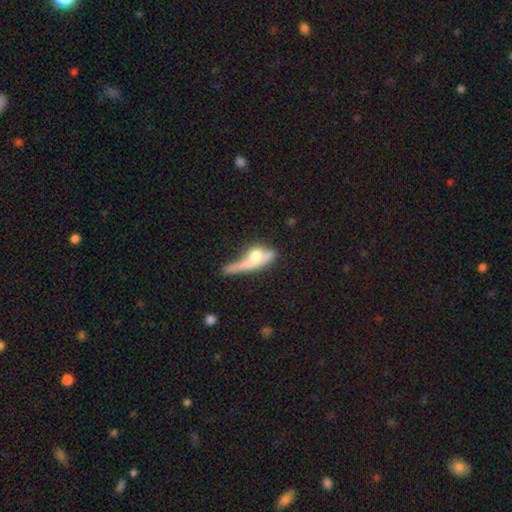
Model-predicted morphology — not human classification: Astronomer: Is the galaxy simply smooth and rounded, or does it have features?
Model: smooth — 47% (runner-up: featured or disk, 42%).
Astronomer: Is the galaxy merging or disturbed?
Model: major disturbance — 30% (runner-up: none, 27%).